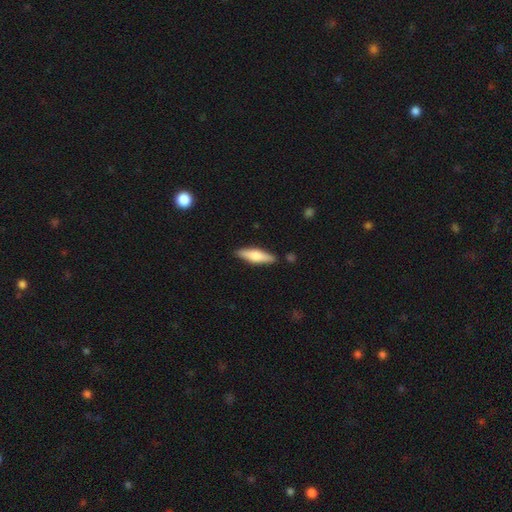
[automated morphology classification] Smooth or featured? Predicted: smooth (p=0.61). How rounded? Predicted: cigar-shaped (p=0.66). Merging? Predicted: none (p=0.86).